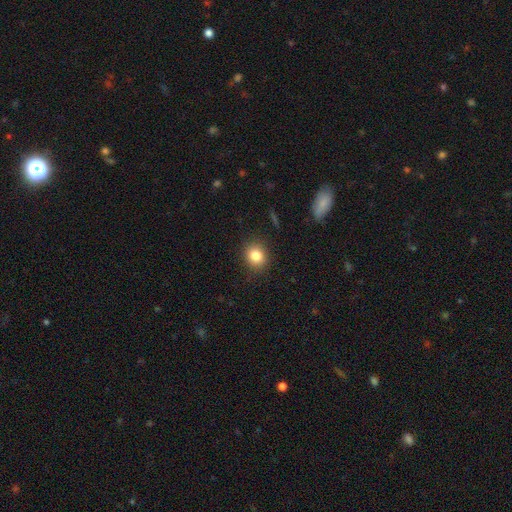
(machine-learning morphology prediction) A smooth galaxy with no disk features (83%) that is round (74%). Merging: none (89%).